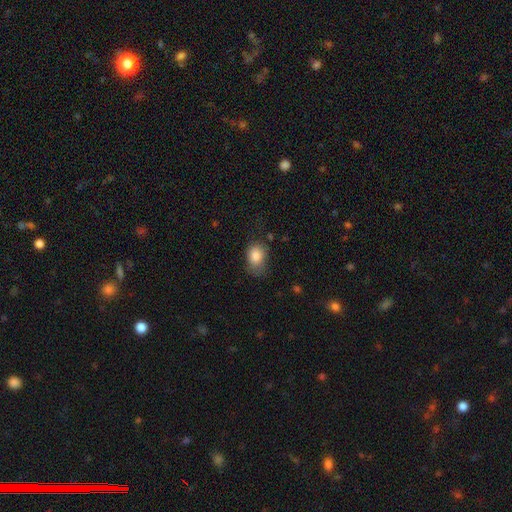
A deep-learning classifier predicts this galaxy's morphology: Overall: smooth (83%). How rounded: in between (67%; round 32%). Merging: none (57%; minor disturbance 31%).